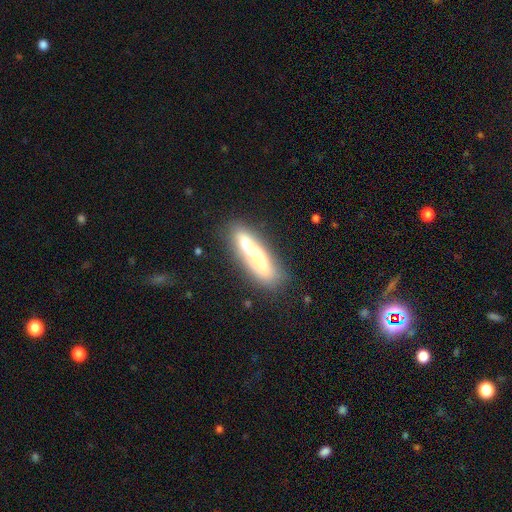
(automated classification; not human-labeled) Smooth or featured? smooth (50%)
Merging? none (55%)